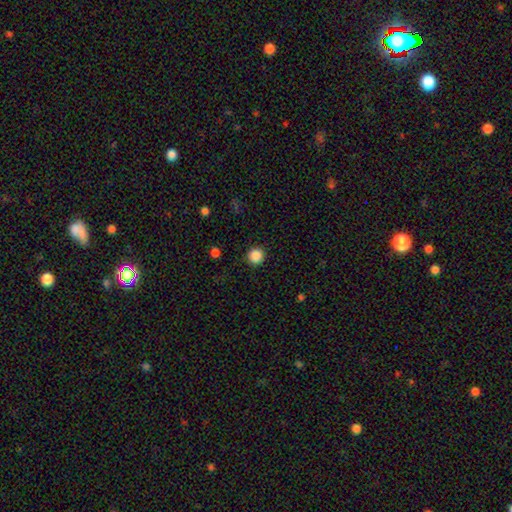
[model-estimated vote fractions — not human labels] smooth_or_featured: smooth (p=0.87) [alt: star or artifact p=0.10]
how_rounded: round (p=0.95) [alt: in between p=0.04]
merging: none (p=0.92) [alt: minor disturbance p=0.05]